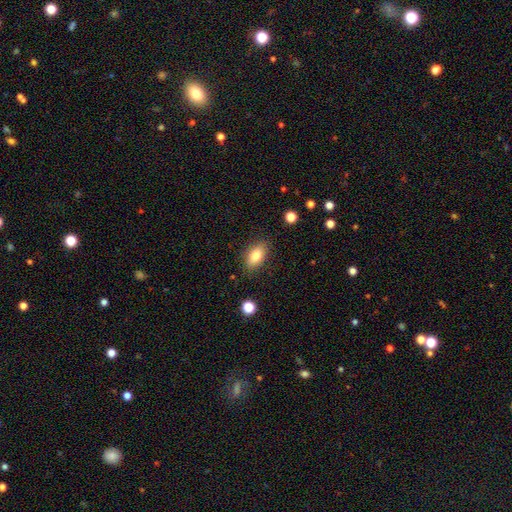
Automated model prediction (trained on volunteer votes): smooth 82%, featured or disk 10%, star or artifact 8%. Down the decision tree: how rounded — in between (89%); merging — none (85%).